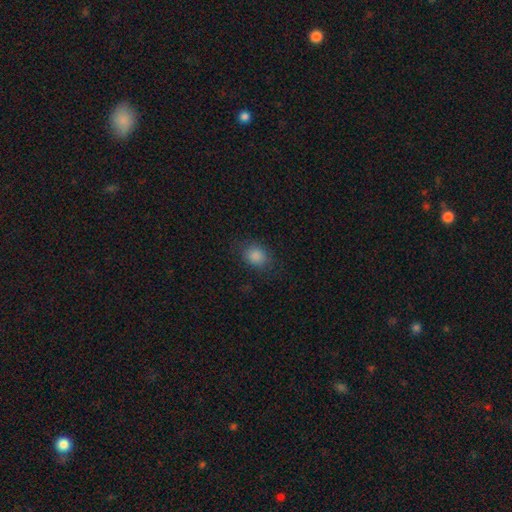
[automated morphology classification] Smooth or featured? Predicted: smooth (p=0.85). How rounded? Predicted: round (p=0.52). Merging? Predicted: none (p=0.79).